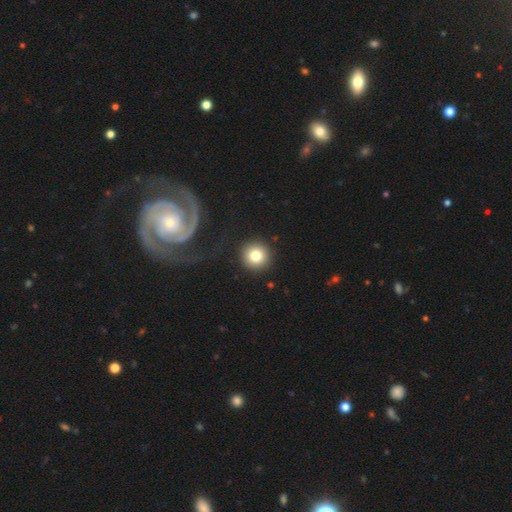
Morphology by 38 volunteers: Smooth or featured? 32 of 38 (84%) said smooth. How rounded? 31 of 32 (97%) said round. Merging? 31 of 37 (84%) said none.